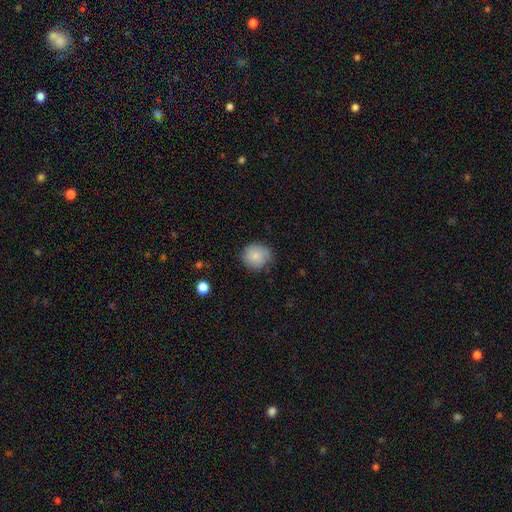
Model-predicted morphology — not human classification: A smooth galaxy with no disk features (84%) that is round (85%).

Vote fractions:
- Smooth or featured? smooth: 84% / star or artifact: 8% / featured or disk: 7%
- How rounded? round: 85% / in between: 14% / cigar-shaped: 1%
- Merging? none: 73% / minor disturbance: 21% / major disturbance: 4% / merger: 1%